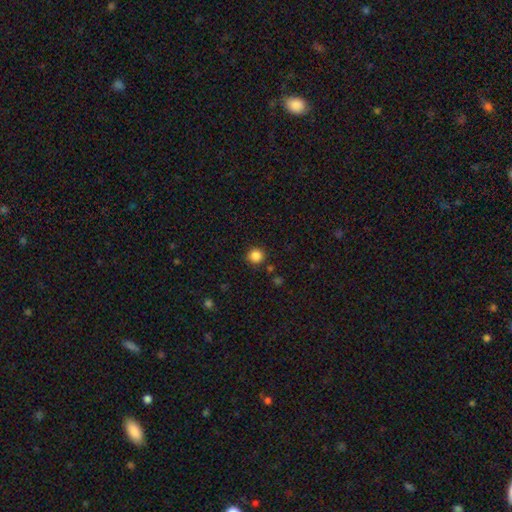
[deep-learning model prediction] Q: Smooth or featured?
A: smooth (86%); runner-up: star or artifact (11%)
Q: How rounded?
A: round (94%); runner-up: in between (5%)
Q: Merging?
A: none (89%); runner-up: minor disturbance (7%)